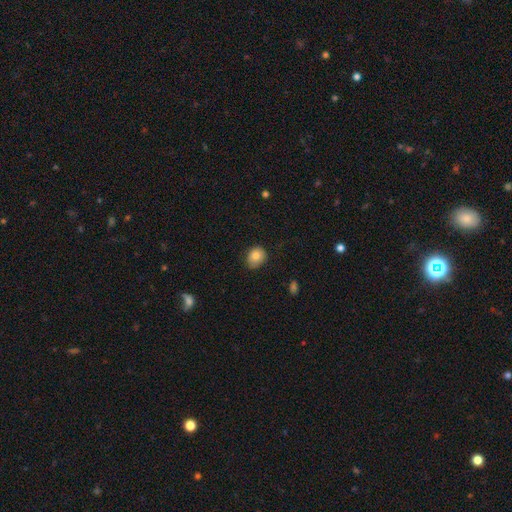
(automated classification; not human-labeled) Overall: smooth (81%). How rounded: round (62%; in between 38%). Merging: none (71%).